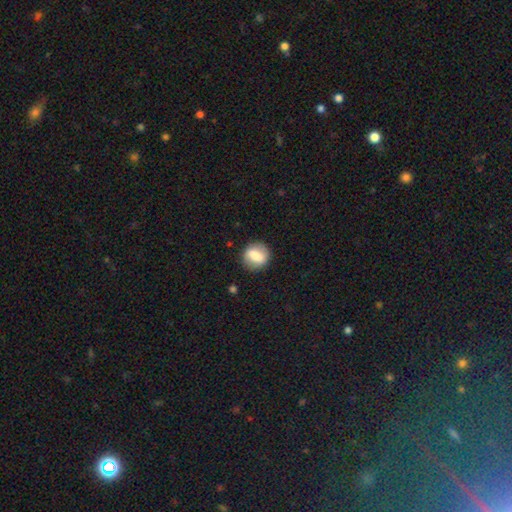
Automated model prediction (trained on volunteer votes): smooth-or-featured: smooth: 66% | featured or disk: 27% | star or artifact: 8%
  how-rounded: round: 73% | in between: 25% | cigar-shaped: 2%
  merging: none: 85% | minor disturbance: 10% | major disturbance: 3% | merger: 1%